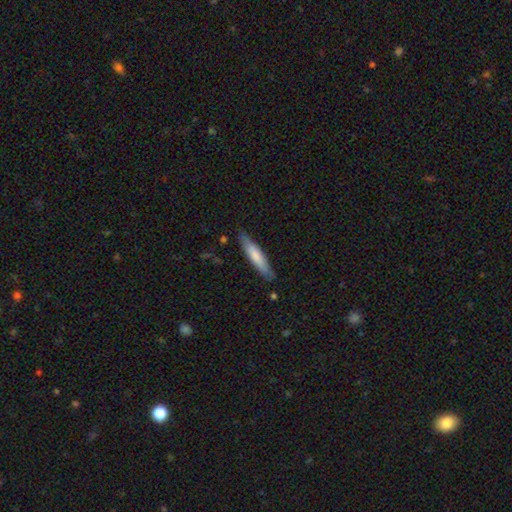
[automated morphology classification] A smooth galaxy with no disk features (72%) that is cigar-shaped (82%). Merging: none (83%).